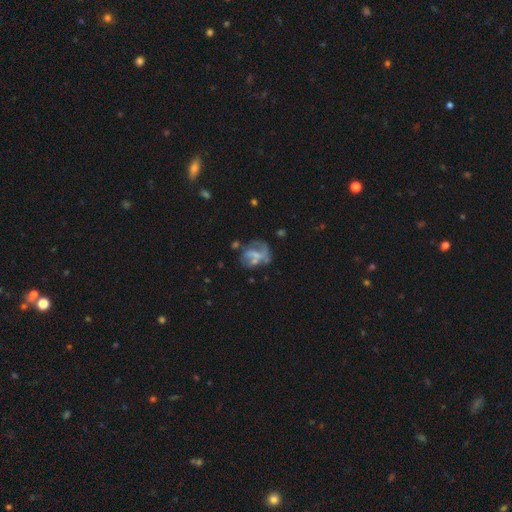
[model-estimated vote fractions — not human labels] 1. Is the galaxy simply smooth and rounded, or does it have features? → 57% featured or disk, 31% smooth, 11% star or artifact.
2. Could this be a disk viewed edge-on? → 97% no, 3% yes.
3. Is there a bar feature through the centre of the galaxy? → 54% no, 33% weak, 13% strong.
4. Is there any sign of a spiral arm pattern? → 54% no, 46% yes.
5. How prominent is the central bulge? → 44% none, 30% small, 20% moderate, 4% large, 1% dominant.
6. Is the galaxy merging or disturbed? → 36% none, 31% major disturbance, 21% minor disturbance, 12% merger.